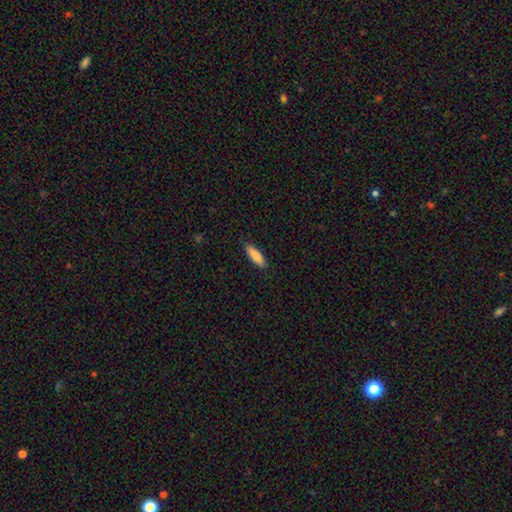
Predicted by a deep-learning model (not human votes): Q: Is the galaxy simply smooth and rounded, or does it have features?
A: smooth — 86%.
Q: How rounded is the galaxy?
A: cigar-shaped — 57%.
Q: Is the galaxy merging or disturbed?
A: none — 87%.